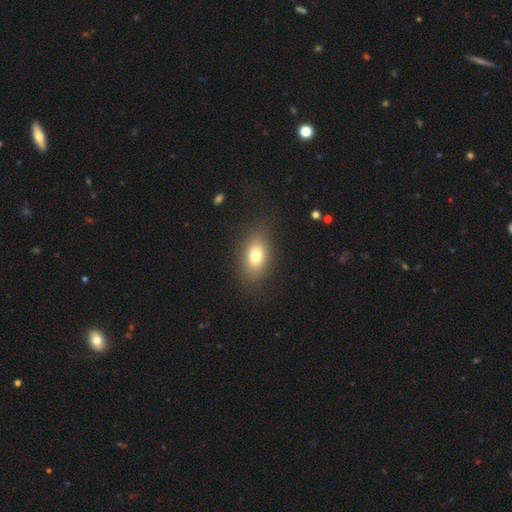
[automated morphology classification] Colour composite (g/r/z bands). It shows a smooth galaxy with no disk features (75%) that is in between round and cigar-shaped (82%). Merging: none (84%).